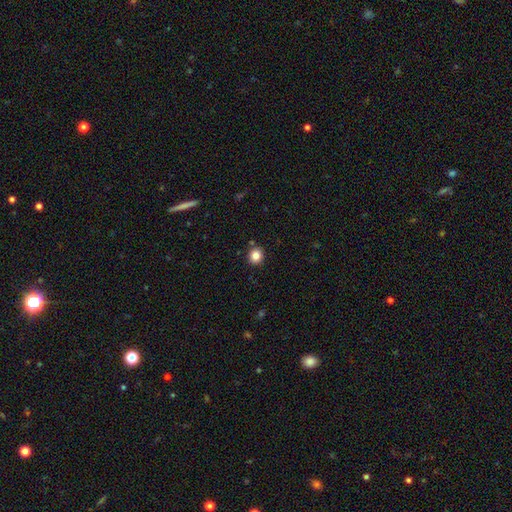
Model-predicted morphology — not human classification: smooth 84%, star or artifact 11%, featured or disk 5%. Down the decision tree: how rounded — round (87%); merging — none (89%).